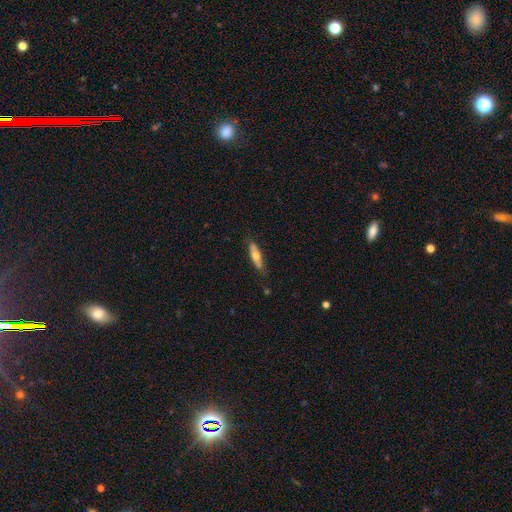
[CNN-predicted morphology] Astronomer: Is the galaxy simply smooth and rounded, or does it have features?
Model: smooth — 55% (runner-up: featured or disk, 39%).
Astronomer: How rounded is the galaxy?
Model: cigar-shaped — 66%.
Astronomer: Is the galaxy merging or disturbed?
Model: none — 77%.